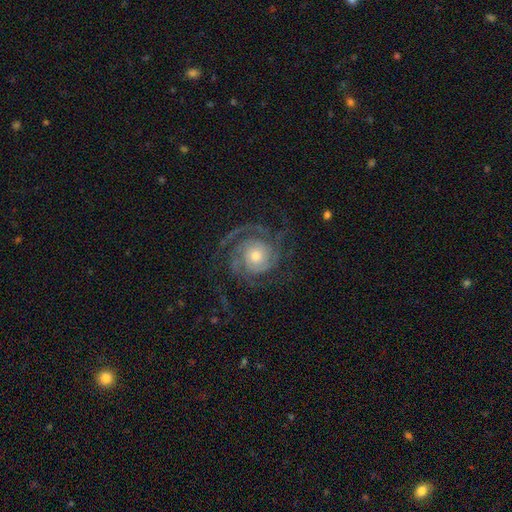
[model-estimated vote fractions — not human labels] Smooth or featured?
  - featured or disk: 90% *
  - smooth: 5%
  - star or artifact: 5%
Edge-on disk?
  - no: 98% *
  - yes: 2%
Bar?
  - no: 78% *
  - weak: 17%
  - strong: 5%
Spiral arms?
  - yes: 98% *
  - no: 2%
Spiral winding?
  - tight: 63% *
  - medium: 30%
  - loose: 7%
Spiral arm count?
  - 3: 33% *
  - 2: 22%
  - can't tell: 16%
  - 4: 15%
  - more than 4: 7%
  - 1: 7%
Bulge size?
  - moderate: 56% *
  - small: 32%
  - large: 9%
  - none: 1%
  - dominant: 1%
Merging?
  - none: 72% *
  - minor disturbance: 14%
  - major disturbance: 13%
  - merger: 1%